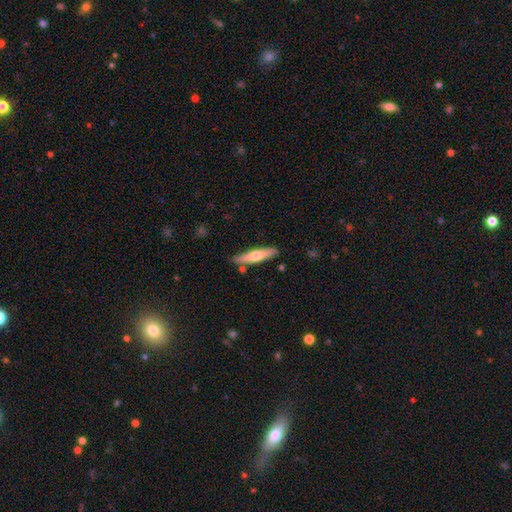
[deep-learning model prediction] Smooth or featured? smooth (56%)
How rounded? cigar-shaped (82%)
Merging? none (83%)